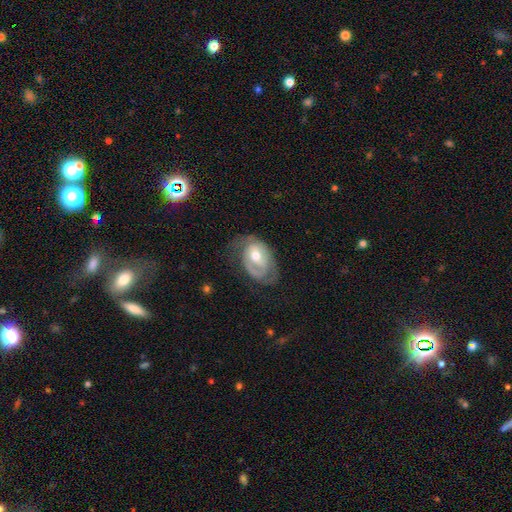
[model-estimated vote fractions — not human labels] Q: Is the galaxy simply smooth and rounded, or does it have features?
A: featured or disk — 69%.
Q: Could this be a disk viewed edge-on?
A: no — 95%.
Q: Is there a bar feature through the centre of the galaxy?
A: no — 52%.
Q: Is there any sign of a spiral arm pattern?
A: yes — 77%.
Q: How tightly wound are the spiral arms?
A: tight — 44%.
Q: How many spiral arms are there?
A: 2 — 46%.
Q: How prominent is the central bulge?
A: moderate — 67%.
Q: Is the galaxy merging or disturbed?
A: none — 49%.